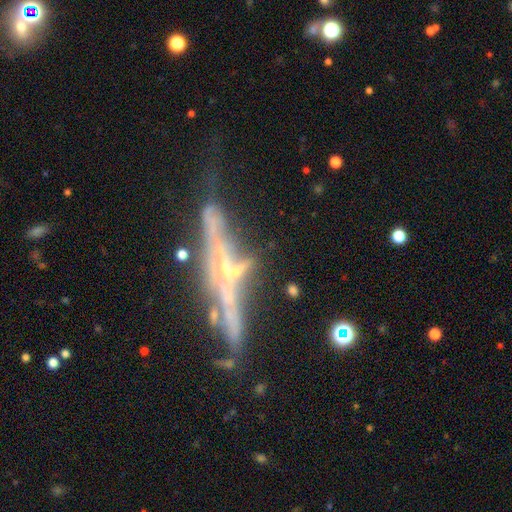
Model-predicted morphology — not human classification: featured or disk 75%, smooth 13%, star or artifact 12%. Down the decision tree: edge-on disk — yes (88%); edge-on bulge — none (47%); merging — none (53%).